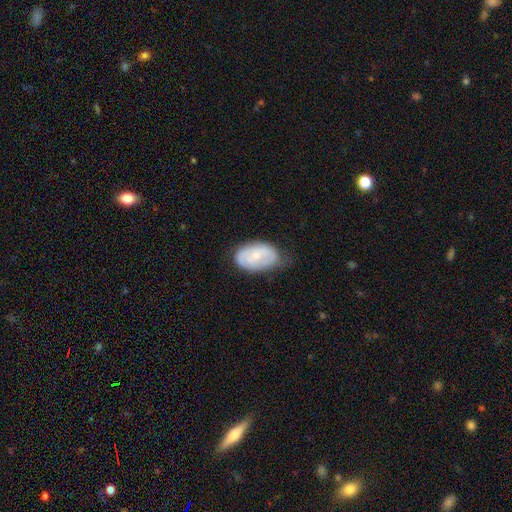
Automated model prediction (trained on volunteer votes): Smooth or featured? Predicted: featured or disk (p=0.48). Merging? Predicted: none (p=0.53).